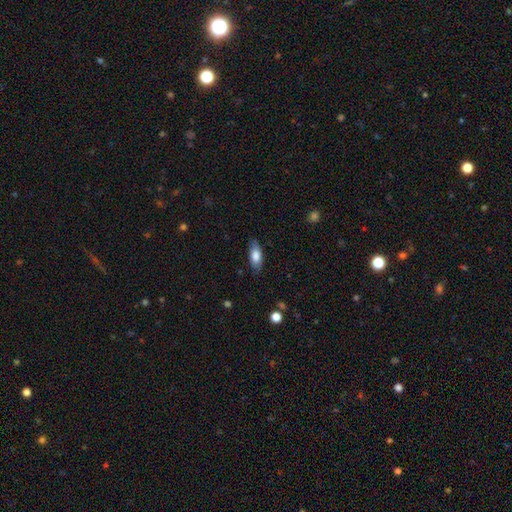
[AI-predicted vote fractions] A smooth galaxy with no disk features (79%) that is in between round and cigar-shaped (82%).

Vote fractions:
- Smooth or featured? smooth: 79% / featured or disk: 15% / star or artifact: 6%
- How rounded? in between: 82% / cigar-shaped: 15% / round: 3%
- Merging? none: 80% / minor disturbance: 15% / major disturbance: 3% / merger: 1%